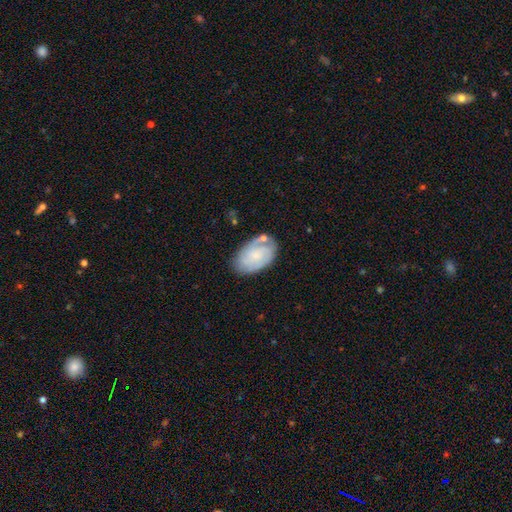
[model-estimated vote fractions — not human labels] A featured or disk galaxy (56%) with no bar (69%), spiral arms (85%) and a small central bulge (64%).

Vote fractions:
- Smooth or featured? featured or disk: 56% / smooth: 38% / star or artifact: 7%
- Edge-on disk? no: 96% / yes: 4%
- Bar? no: 69% / weak: 27% / strong: 4%
- Spiral arms? yes: 85% / no: 15%
- Bulge size? small: 64% / moderate: 19% / none: 13% / large: 2% / dominant: 1%
- Merging? none: 67% / minor disturbance: 20% / merger: 7% / major disturbance: 6%